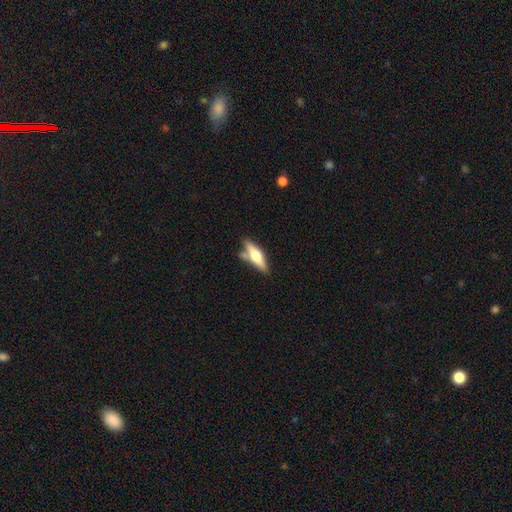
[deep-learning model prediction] Smooth or featured: featured or disk — 50% (smooth — 44%)
Edge-on disk: yes — 92% (no — 8%)
Merging: none — 65% (minor disturbance — 16%)